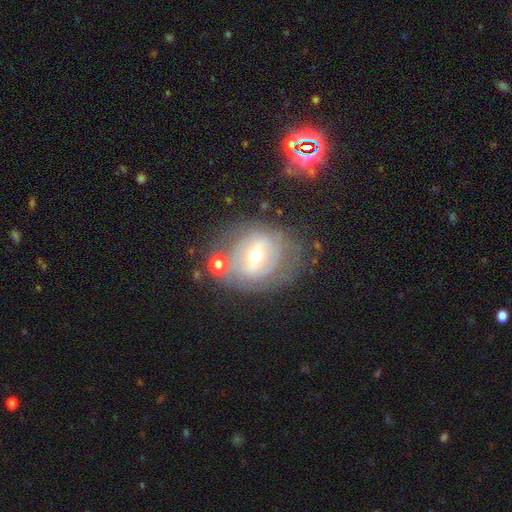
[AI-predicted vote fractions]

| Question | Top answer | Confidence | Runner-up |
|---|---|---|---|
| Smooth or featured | featured or disk | 65% | smooth (27%) |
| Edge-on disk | no | 94% | yes (6%) |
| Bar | weak | 45% | strong (33%) |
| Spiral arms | yes | 51% | no (49%) |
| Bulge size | moderate | 58% | small (35%) |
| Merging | none | 65% | minor disturbance (18%) |